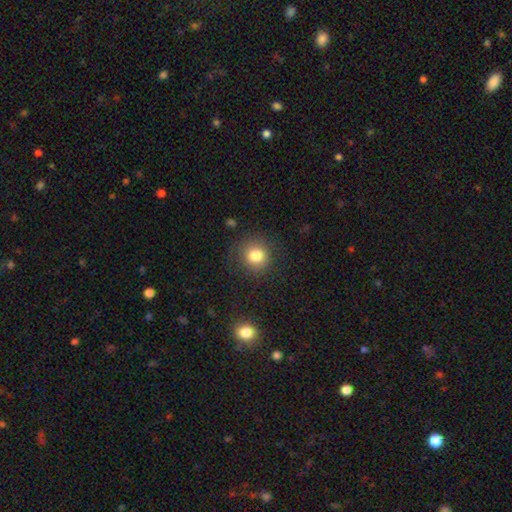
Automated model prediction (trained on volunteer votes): This is clearly a smooth galaxy (81%). How rounded: clearly round (88%). Merging: clearly none (83%).